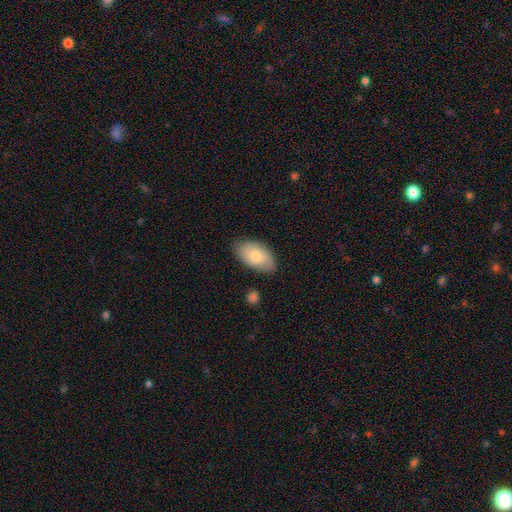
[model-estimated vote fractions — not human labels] A smooth galaxy with no disk features (73%) that is in between round and cigar-shaped (94%). Merging: none (76%).